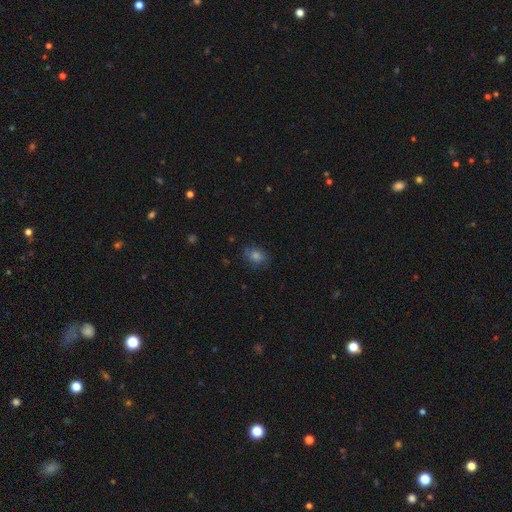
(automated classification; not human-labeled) A smooth galaxy with no disk features (64%) that is in between round and cigar-shaped (61%).

Vote fractions:
- Smooth or featured? smooth: 64% / star or artifact: 22% / featured or disk: 15%
- How rounded? in between: 61% / round: 37% / cigar-shaped: 2%
- Merging? none: 79% / minor disturbance: 15% / major disturbance: 5% / merger: 1%